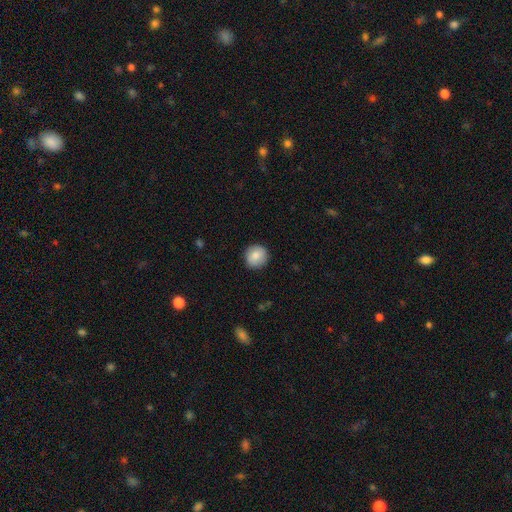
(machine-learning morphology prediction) This is clearly a smooth galaxy (85%). How rounded: clearly round (90%). Merging: clearly none (90%).